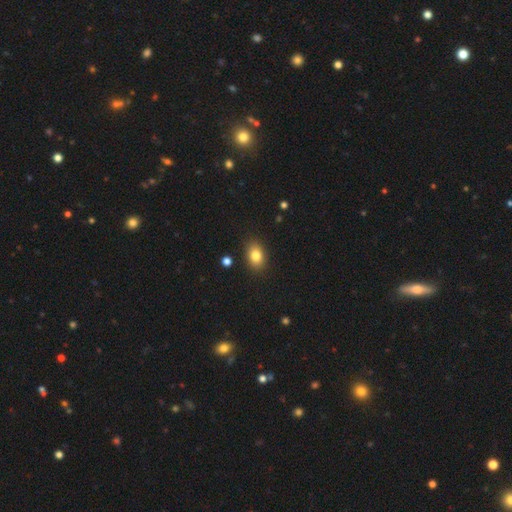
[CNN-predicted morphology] Smooth or featured? smooth (83%)
How rounded? in between (73%)
Merging? none (86%)